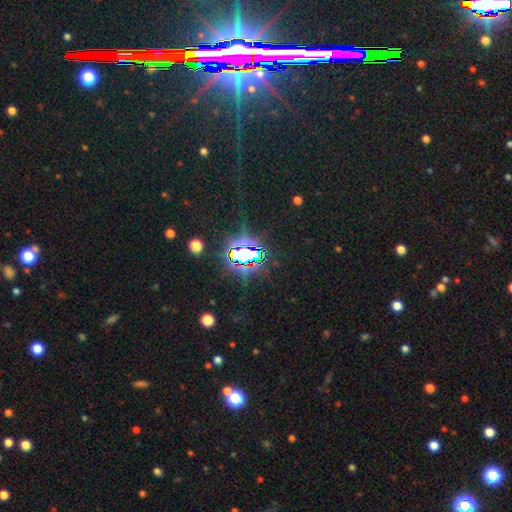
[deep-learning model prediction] Smooth or featured: star or artifact — 77% (smooth — 14%)